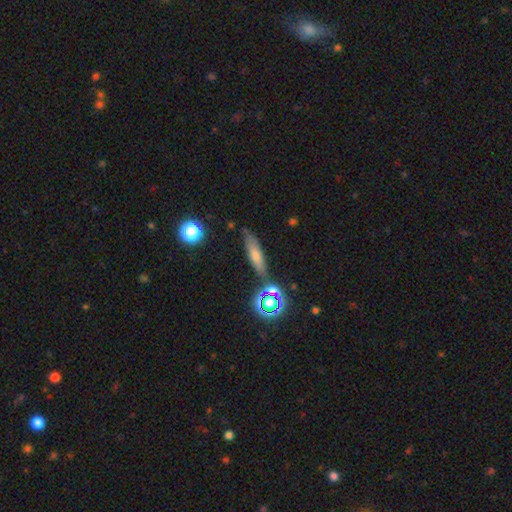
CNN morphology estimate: Smooth or featured?
  - smooth: 55% *
  - featured or disk: 28%
  - star or artifact: 17%
How rounded?
  - cigar-shaped: 70% *
  - in between: 23%
  - round: 7%
Merging?
  - none: 76% *
  - minor disturbance: 13%
  - merger: 7%
  - major disturbance: 4%